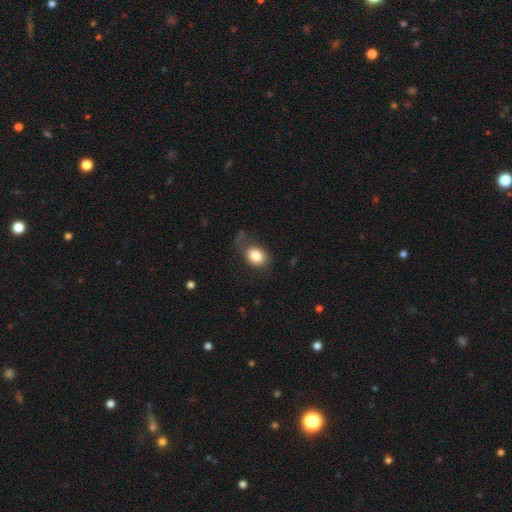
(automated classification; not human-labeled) Smooth or featured? smooth (81%)
How rounded? in between (63%)
Merging? none (52%)